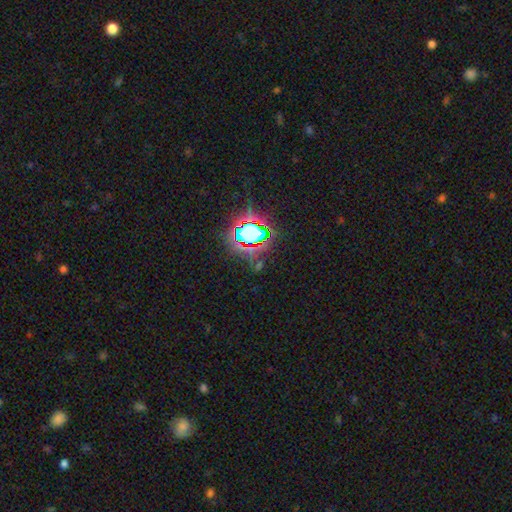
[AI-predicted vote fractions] A star or artifact, not a galaxy (79%).

Vote fractions:
- Smooth or featured? star or artifact: 79% / smooth: 13% / featured or disk: 8%